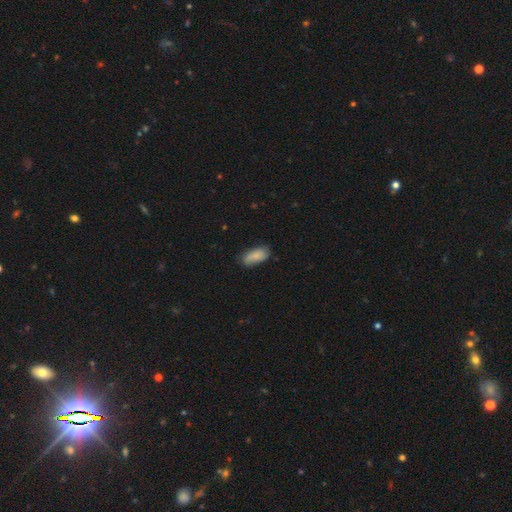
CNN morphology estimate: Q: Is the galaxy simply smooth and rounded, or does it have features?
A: smooth — 83%.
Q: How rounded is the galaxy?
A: in between — 89%.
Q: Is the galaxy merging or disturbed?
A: none — 76%.